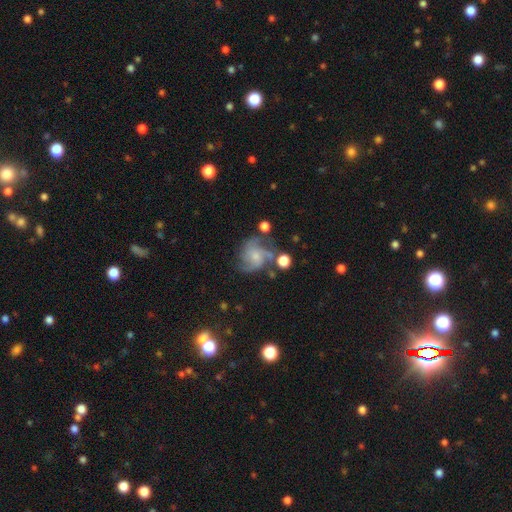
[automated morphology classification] Smooth or featured? Predicted: featured or disk (p=0.74). Edge-on disk? Predicted: no (p=0.98). Bar? Predicted: no (p=0.70). Spiral arms? Predicted: yes (p=0.93). Spiral winding? Predicted: medium (p=0.51). Spiral arm count? Predicted: 3 (p=0.44). Bulge size? Predicted: small (p=0.47). Merging? Predicted: none (p=0.49).